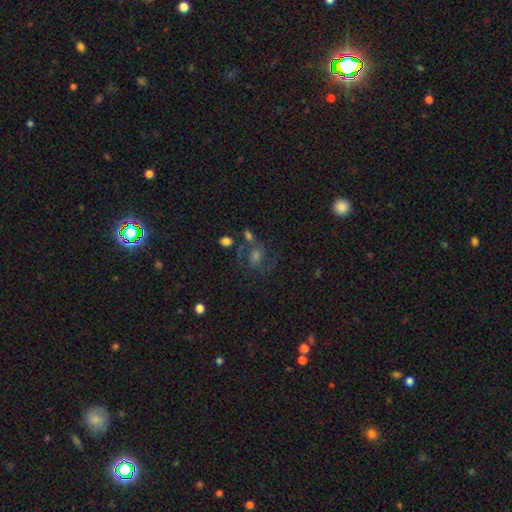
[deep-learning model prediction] featured or disk 52%, star or artifact 26%, smooth 22%. Down the decision tree: edge-on disk — no (96%); bar — no (58%); spiral arms — yes (82%); bulge size — moderate (47%); merging — none (61%).